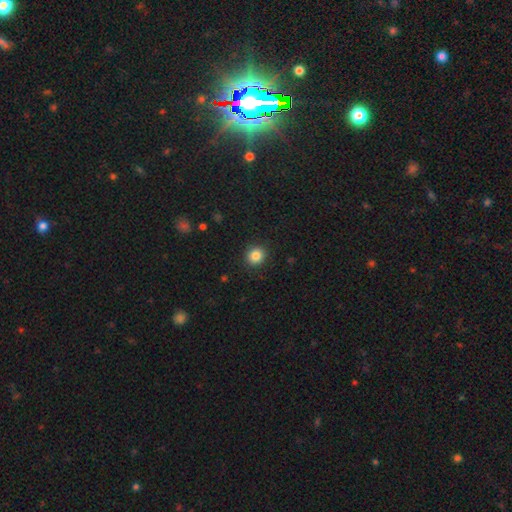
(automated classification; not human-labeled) The model was most divided on "smooth or featured": smooth: 85%, star or artifact: 11%, featured or disk: 4%. More confident: merging — none (91%); how rounded — round (89%).